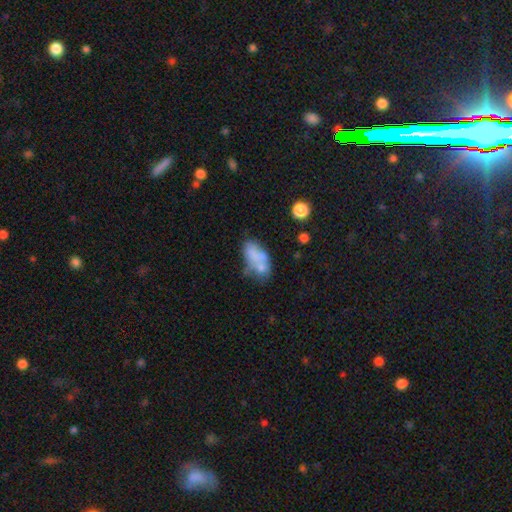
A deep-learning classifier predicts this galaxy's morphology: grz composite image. It shows a smooth galaxy with no disk features (62%) that is in between round and cigar-shaped (88%). Merging: merger (38%).